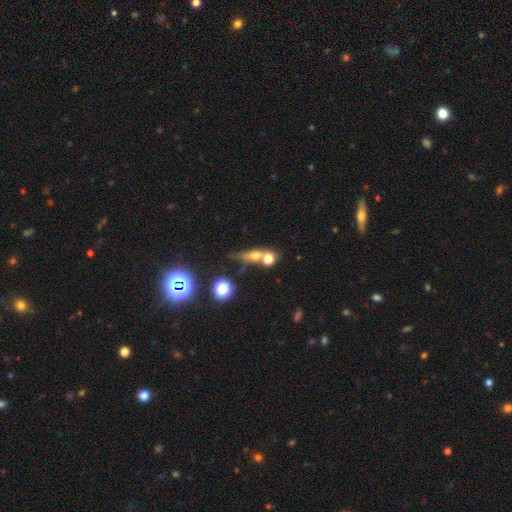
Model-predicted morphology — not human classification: This is likely a smooth galaxy (62%). How rounded: possibly round (46%). Merging: possibly merger (47%).